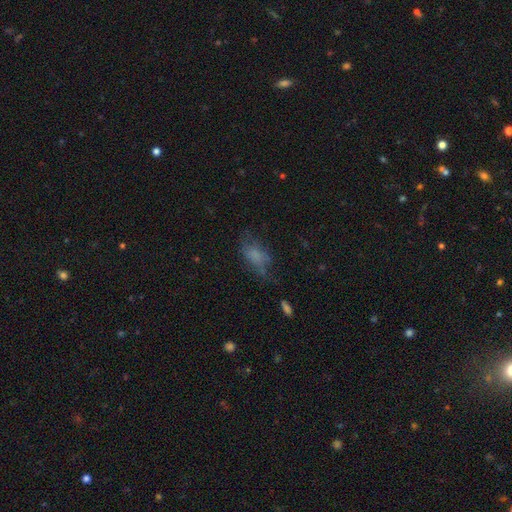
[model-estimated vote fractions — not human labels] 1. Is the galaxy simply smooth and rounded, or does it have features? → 61% smooth, 25% featured or disk, 15% star or artifact.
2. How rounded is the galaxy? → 81% in between, 12% cigar-shaped, 7% round.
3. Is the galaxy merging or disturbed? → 44% none, 27% minor disturbance, 25% major disturbance, 3% merger.